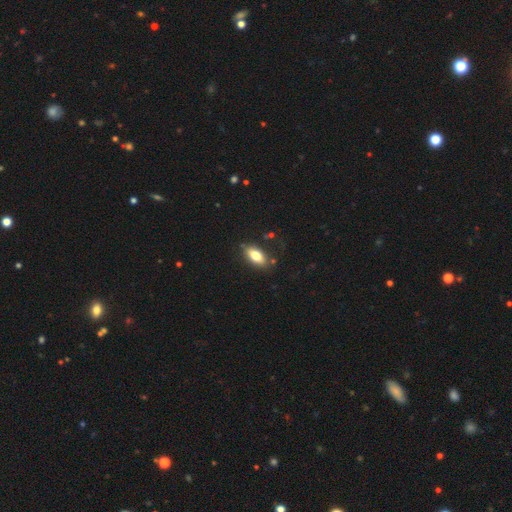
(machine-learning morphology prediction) Overall: smooth (77%). How rounded: in between (88%). Merging: none (80%).